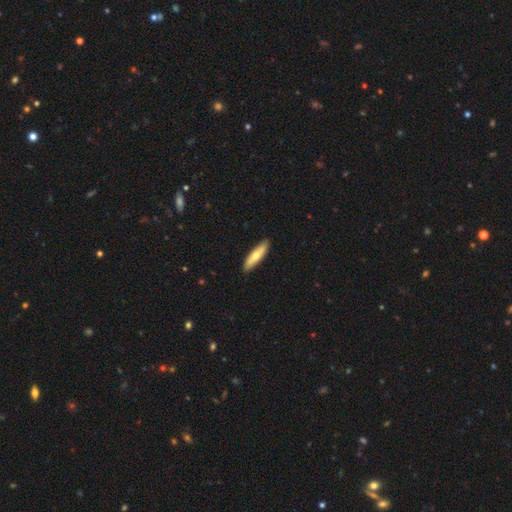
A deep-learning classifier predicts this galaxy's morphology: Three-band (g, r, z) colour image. It shows a smooth galaxy with no disk features (62%) that is cigar-shaped (71%). Merging: none (89%).